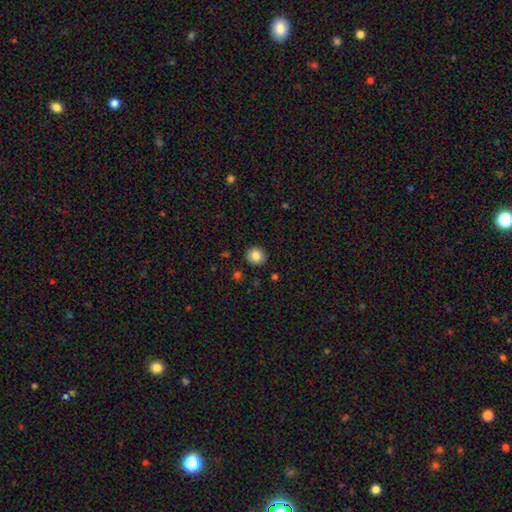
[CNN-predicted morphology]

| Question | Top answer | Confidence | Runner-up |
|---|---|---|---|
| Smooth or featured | smooth | 85% | star or artifact (10%) |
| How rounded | round | 91% | in between (8%) |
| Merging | none | 92% | minor disturbance (5%) |